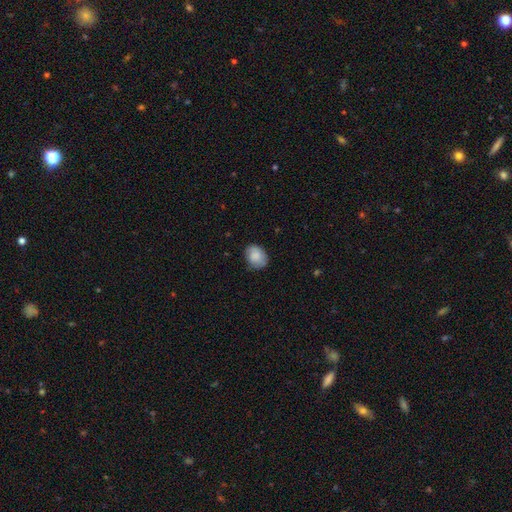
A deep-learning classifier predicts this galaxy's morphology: Q: Smooth or featured?
A: smooth (81%); runner-up: featured or disk (12%)
Q: How rounded?
A: in between (57%); runner-up: round (42%)
Q: Merging?
A: none (74%); runner-up: minor disturbance (21%)